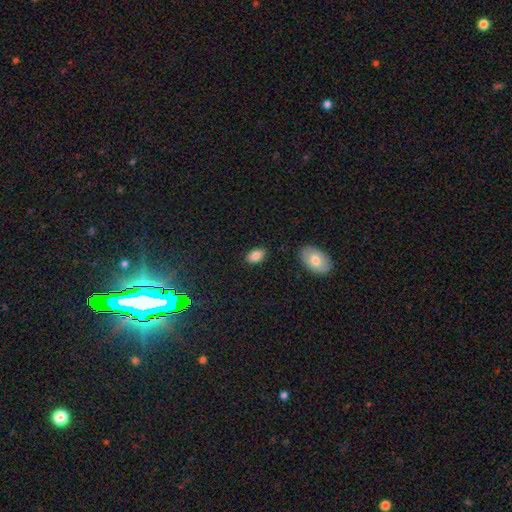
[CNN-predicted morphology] Smooth or featured: smooth — 85% (star or artifact — 9%)
How rounded: in between — 92% (round — 6%)
Merging: none — 85% (minor disturbance — 10%)